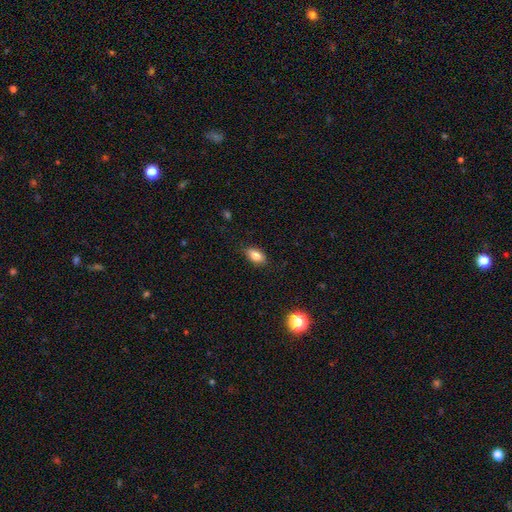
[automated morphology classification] Overall: smooth (83%). How rounded: in between (88%). Merging: none (83%).